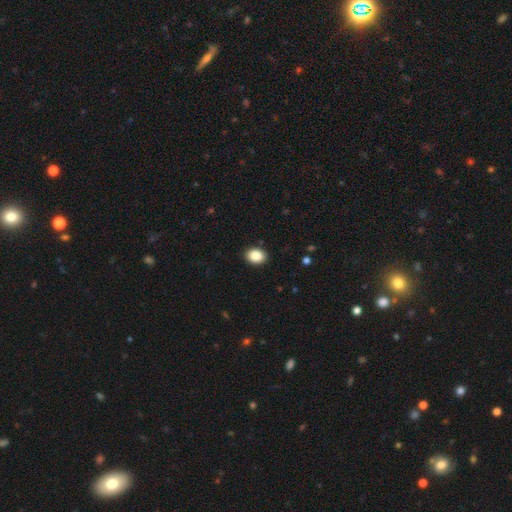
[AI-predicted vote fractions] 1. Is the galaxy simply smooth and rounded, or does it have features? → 88% smooth, 8% star or artifact, 4% featured or disk.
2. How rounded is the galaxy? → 63% in between, 36% round, 1% cigar-shaped.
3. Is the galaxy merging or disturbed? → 90% none, 7% minor disturbance, 2% major disturbance, 1% merger.